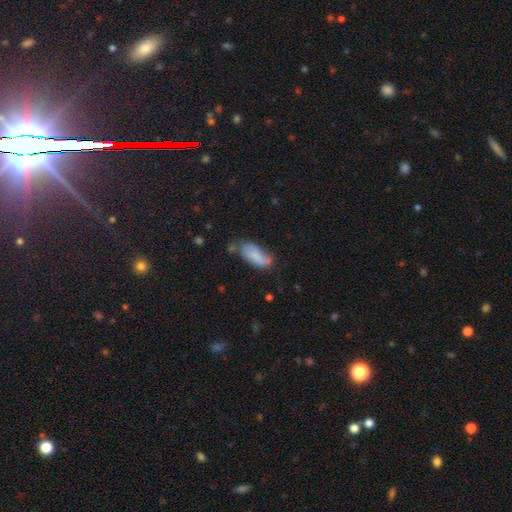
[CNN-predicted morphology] smooth 68%, featured or disk 25%, star or artifact 8%. Down the decision tree: how rounded — in between (79%); merging — none (49%).